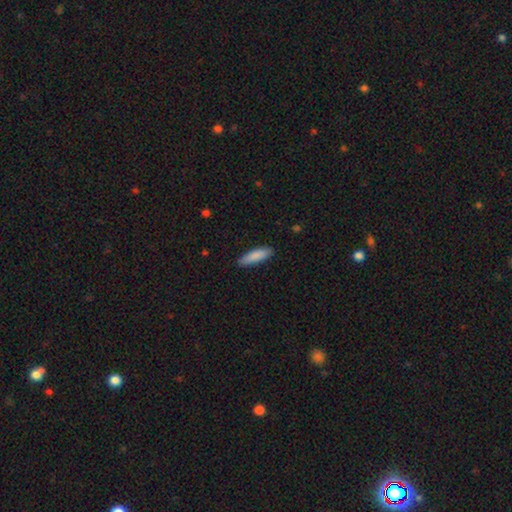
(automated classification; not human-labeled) Smooth or featured? Predicted: smooth (p=0.86). How rounded? Predicted: cigar-shaped (p=0.63). Merging? Predicted: none (p=0.87).